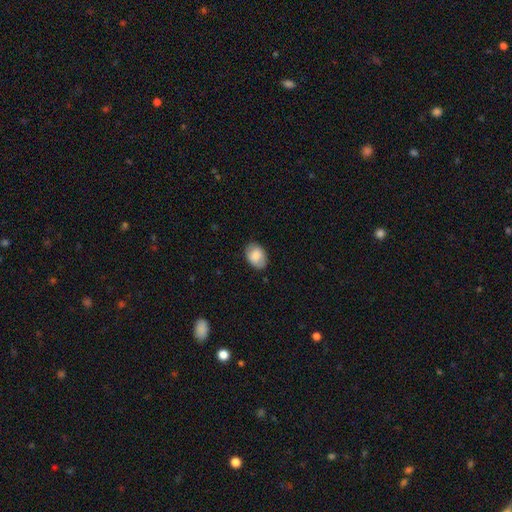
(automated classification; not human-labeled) This is clearly a smooth galaxy (81%). How rounded: clearly in between (82%). Merging: likely none (79%).